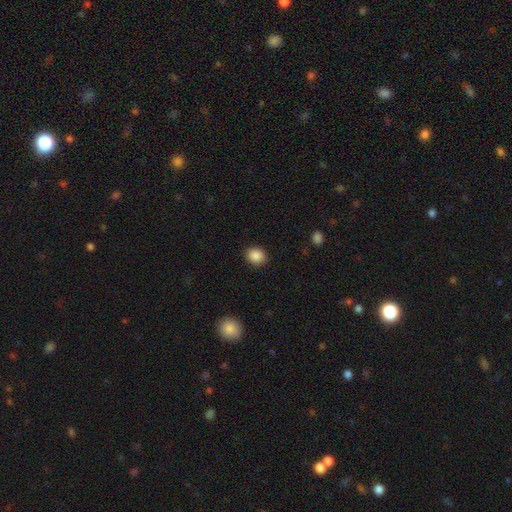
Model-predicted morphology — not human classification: Smooth or featured?
  - smooth: 88% *
  - star or artifact: 9%
  - featured or disk: 3%
How rounded?
  - round: 69% *
  - in between: 30%
  - cigar-shaped: 1%
Merging?
  - none: 90% *
  - minor disturbance: 7%
  - major disturbance: 2%
  - merger: 1%